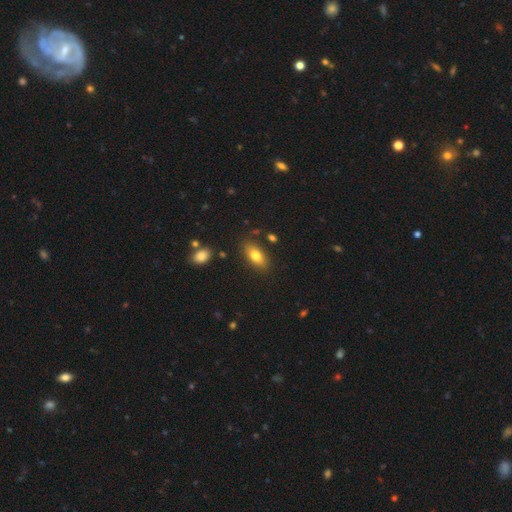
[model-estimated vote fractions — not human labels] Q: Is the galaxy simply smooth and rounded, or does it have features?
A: smooth — 78%.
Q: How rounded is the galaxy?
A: in between — 87%.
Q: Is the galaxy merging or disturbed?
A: none — 83%.